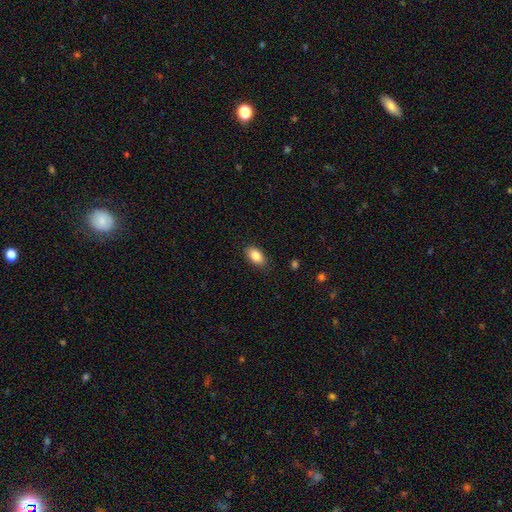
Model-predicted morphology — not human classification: A smooth galaxy with no disk features (85%) that is in between round and cigar-shaped (92%).

Vote fractions:
- Smooth or featured? smooth: 85% / star or artifact: 7% / featured or disk: 7%
- How rounded? in between: 92% / round: 6% / cigar-shaped: 2%
- Merging? none: 87% / minor disturbance: 10% / major disturbance: 2% / merger: 1%